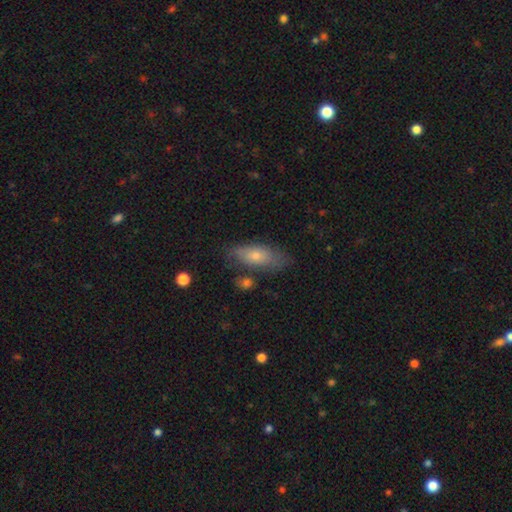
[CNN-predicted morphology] smooth_or_featured: smooth (p=0.65) [alt: featured or disk p=0.27]
how_rounded: in between (p=0.75) [alt: cigar-shaped p=0.22]
merging: none (p=0.72) [alt: minor disturbance p=0.19]